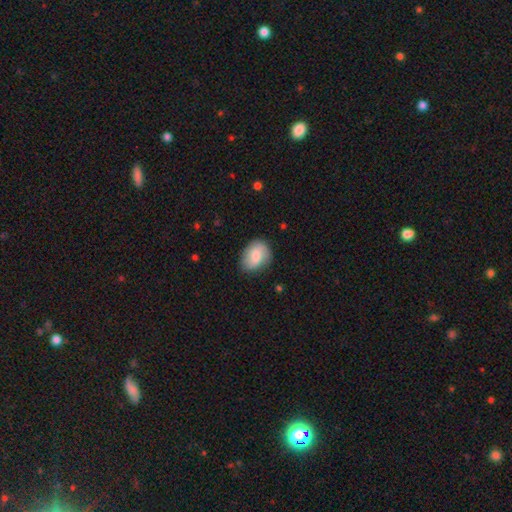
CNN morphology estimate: A smooth galaxy with no disk features (60%) that is in between round and cigar-shaped (61%).

Vote fractions:
- Smooth or featured? smooth: 60% / featured or disk: 33% / star or artifact: 7%
- How rounded? in between: 61% / round: 38% / cigar-shaped: 1%
- Merging? none: 77% / minor disturbance: 17% / major disturbance: 5% / merger: 1%